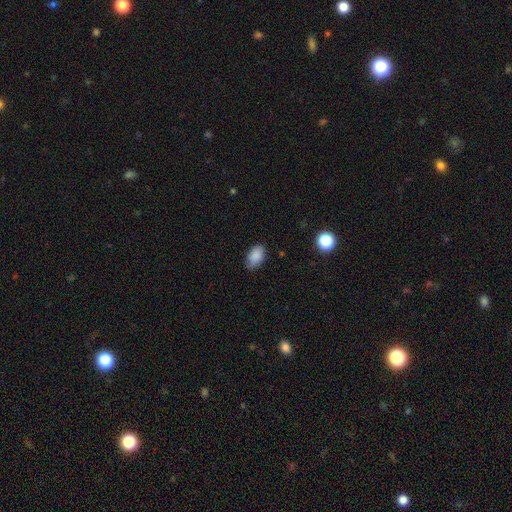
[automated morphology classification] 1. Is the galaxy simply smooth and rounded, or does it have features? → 87% smooth, 8% star or artifact, 5% featured or disk.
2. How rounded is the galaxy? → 92% in between, 7% round, 2% cigar-shaped.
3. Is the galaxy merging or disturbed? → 79% none, 17% minor disturbance, 3% major disturbance, 1% merger.